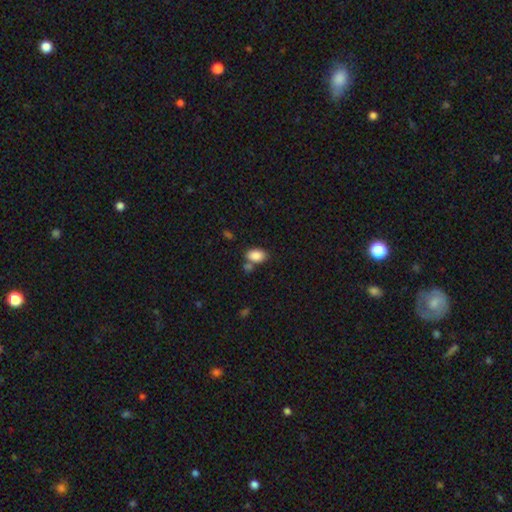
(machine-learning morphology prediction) Smooth or featured? Predicted: smooth (p=0.87). How rounded? Predicted: in between (p=0.88). Merging? Predicted: none (p=0.64).